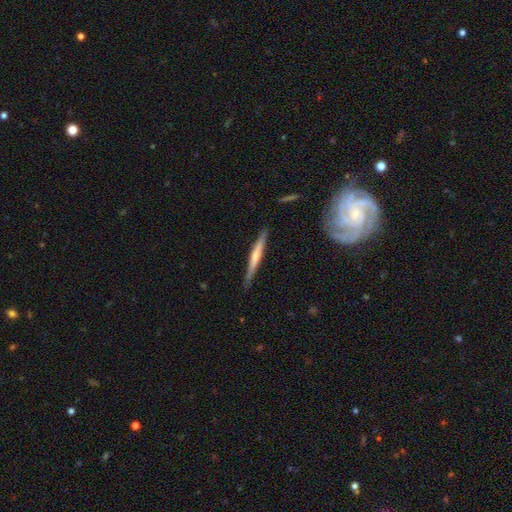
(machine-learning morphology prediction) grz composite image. It shows a featured or disk galaxy (53%) viewed edge-on (97%) with a rounded central bulge (50%). Merging: none (87%).